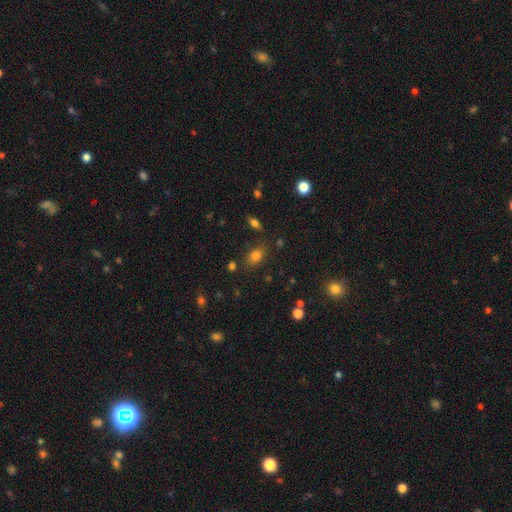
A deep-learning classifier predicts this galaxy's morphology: A smooth galaxy with no disk features (78%) that is in between round and cigar-shaped (75%).

Vote fractions:
- Smooth or featured? smooth: 78% / star or artifact: 14% / featured or disk: 8%
- How rounded? in between: 75% / round: 23% / cigar-shaped: 2%
- Merging? none: 79% / minor disturbance: 13% / merger: 4% / major disturbance: 4%